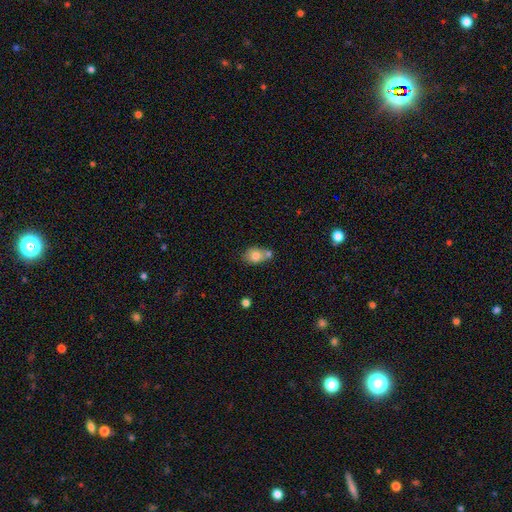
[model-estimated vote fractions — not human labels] A smooth galaxy with no disk features (79%) that is in between round and cigar-shaped (66%). Merging: none (44%).